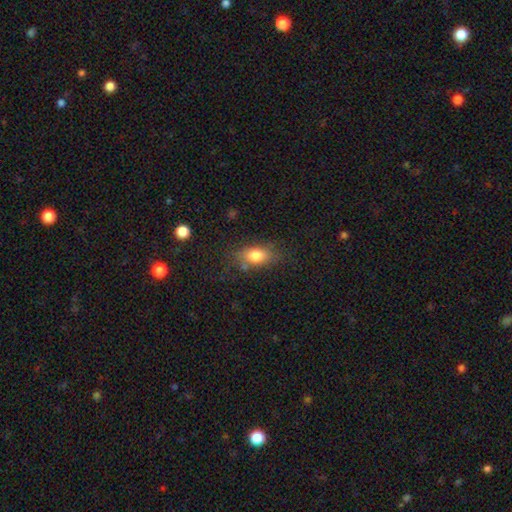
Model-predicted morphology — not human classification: Q: Smooth or featured?
A: smooth (78%); runner-up: featured or disk (12%)
Q: How rounded?
A: in between (81%); runner-up: round (11%)
Q: Merging?
A: none (71%); runner-up: minor disturbance (19%)